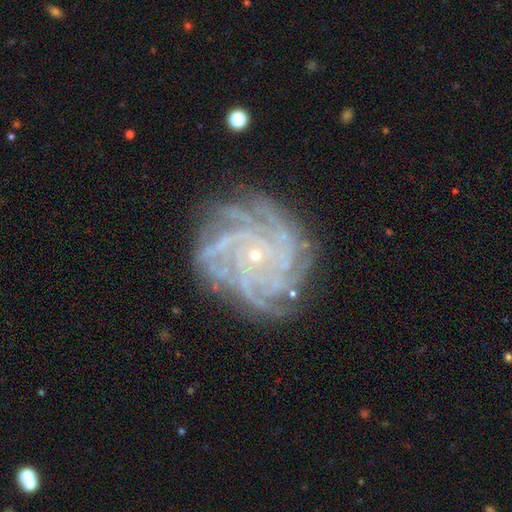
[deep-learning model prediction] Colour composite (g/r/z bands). It shows a featured or disk galaxy (89%) with no bar (75%), more than 4 (38%) tight (75%) spiral arms (98%) and a small central bulge (87%). Merging: none (77%).